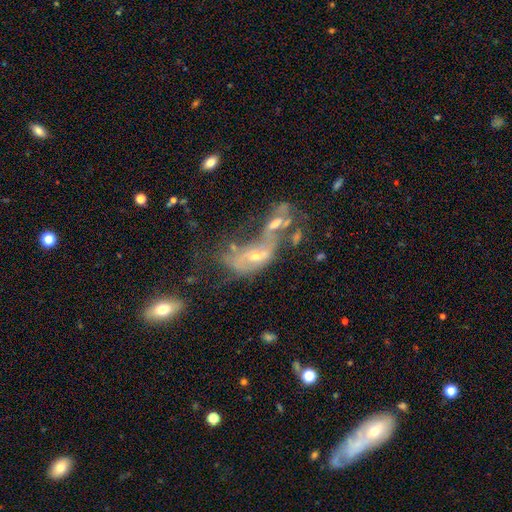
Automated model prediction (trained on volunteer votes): Smooth or featured: featured or disk — 54% (smooth — 26%)
Edge-on disk: no — 91% (yes — 9%)
Merging: merger — 53% (major disturbance — 23%)